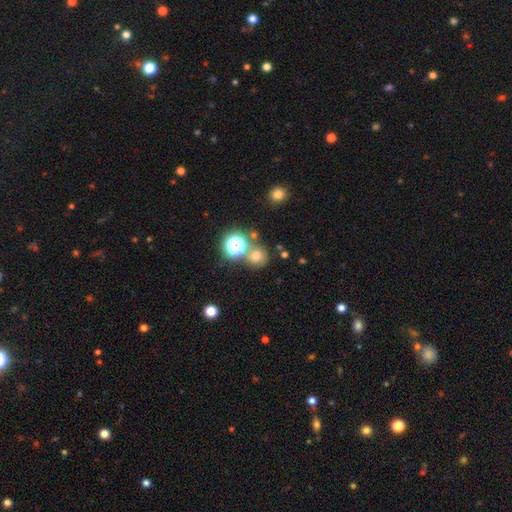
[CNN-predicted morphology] Overall: smooth (64%; star or artifact 28%). How rounded: round (87%). Merging: none (70%).